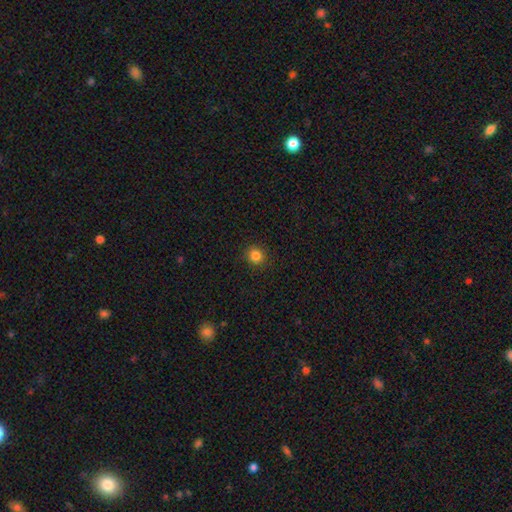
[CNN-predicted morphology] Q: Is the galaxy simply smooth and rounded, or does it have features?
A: smooth — 84%.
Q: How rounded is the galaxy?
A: round — 91%.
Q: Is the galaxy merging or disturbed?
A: none — 91%.